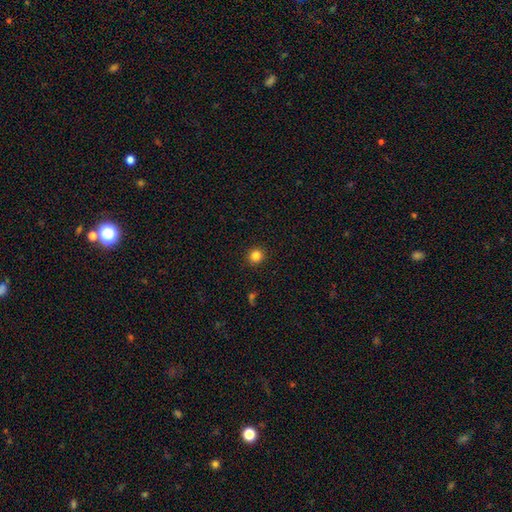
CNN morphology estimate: Smooth or featured?
  - smooth: 84% *
  - star or artifact: 12%
  - featured or disk: 4%
How rounded?
  - round: 92% *
  - in between: 7%
  - cigar-shaped: 1%
Merging?
  - none: 92% *
  - minor disturbance: 5%
  - major disturbance: 2%
  - merger: 1%